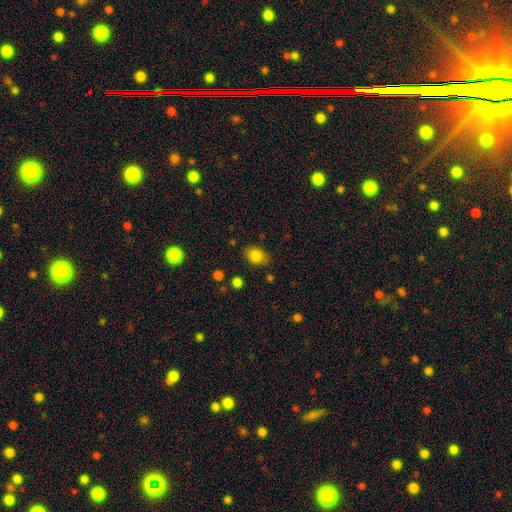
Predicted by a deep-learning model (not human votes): Smooth or featured? Predicted: smooth (p=0.83). How rounded? Predicted: in between (p=0.69). Merging? Predicted: none (p=0.80).